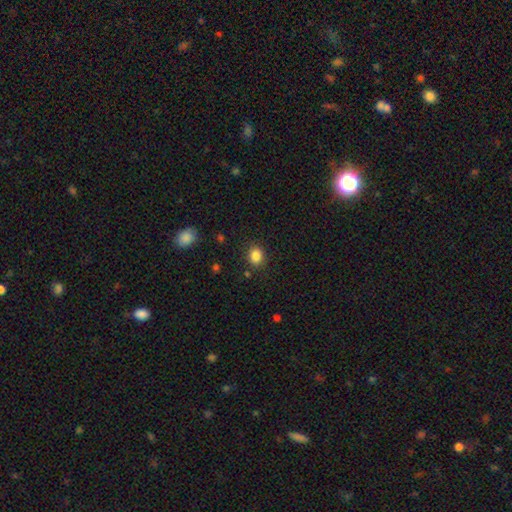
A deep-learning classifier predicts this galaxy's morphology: Overall: smooth (85%). How rounded: round (58%; in between 41%). Merging: none (85%).